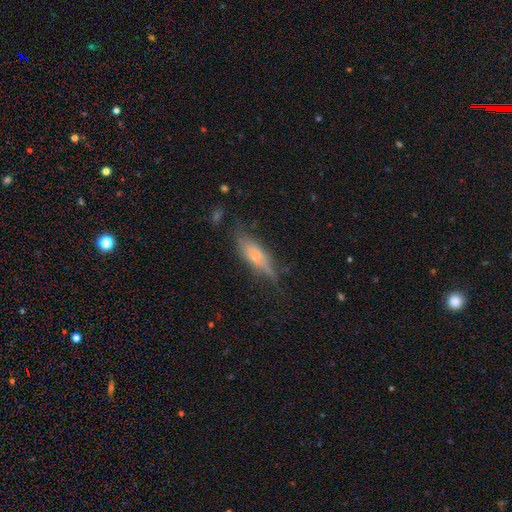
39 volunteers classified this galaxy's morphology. This appears to be a smooth galaxy with no disk features (51%) that is in between round and cigar-shaped (55%). Merging: none (43%).